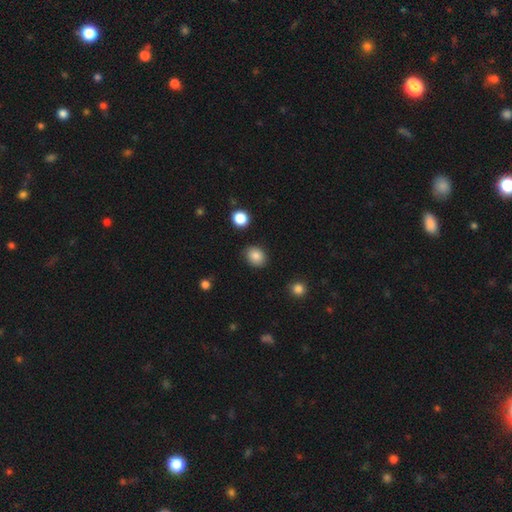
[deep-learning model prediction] Morphology: type=smooth (85%); roundness=round (60%); merging=none (85%).